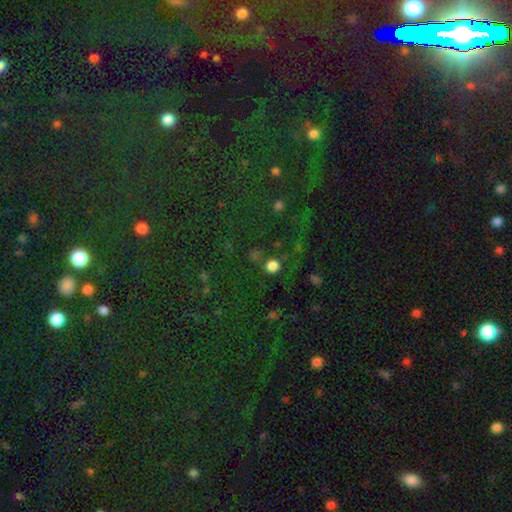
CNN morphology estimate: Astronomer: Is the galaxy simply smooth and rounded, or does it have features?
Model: star or artifact — 56% (runner-up: smooth, 37%).